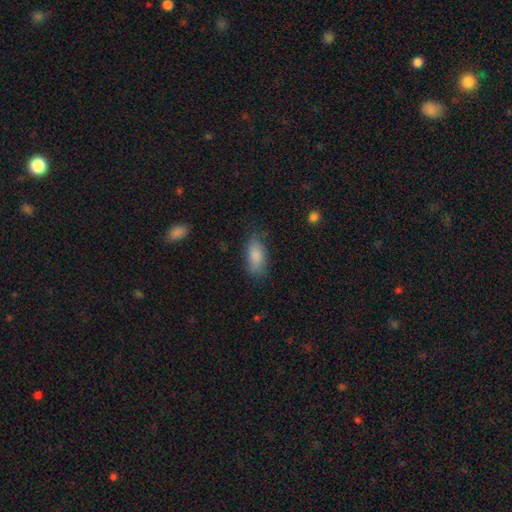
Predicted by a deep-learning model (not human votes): smooth_or_featured: smooth (p=0.85) [alt: featured or disk p=0.08]
how_rounded: in between (p=0.87) [alt: cigar-shaped p=0.10]
merging: none (p=0.73) [alt: minor disturbance p=0.20]